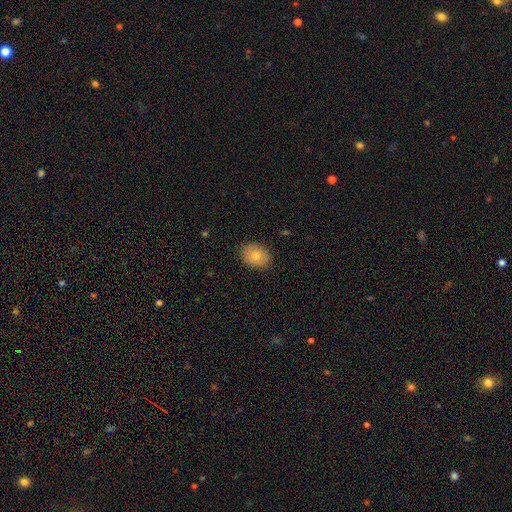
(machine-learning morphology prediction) Overall: smooth (76%). How rounded: round (53%; in between 46%). Merging: none (89%).